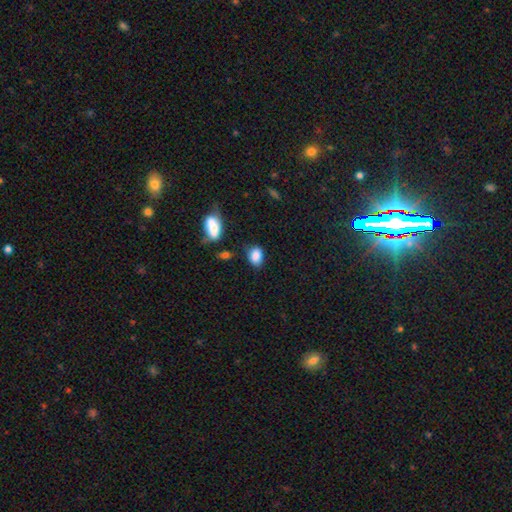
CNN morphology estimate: A smooth galaxy with no disk features (86%) that is in between round and cigar-shaped (77%).

Vote fractions:
- Smooth or featured? smooth: 86% / star or artifact: 9% / featured or disk: 5%
- How rounded? in between: 77% / round: 21% / cigar-shaped: 2%
- Merging? none: 65% / minor disturbance: 23% / merger: 6% / major disturbance: 6%